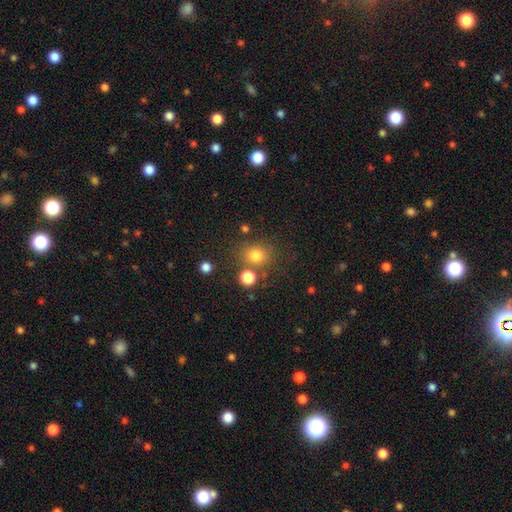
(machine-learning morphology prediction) Smooth or featured: smooth — 78% (star or artifact — 16%)
How rounded: round — 77% (in between — 22%)
Merging: none — 73% (merger — 12%)